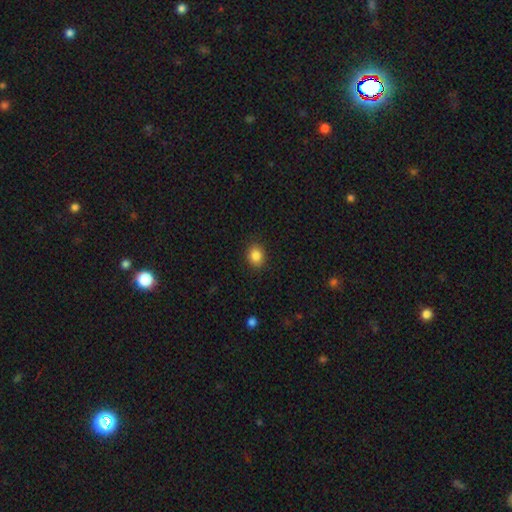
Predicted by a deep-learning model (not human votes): This is clearly a smooth galaxy (86%). How rounded: possibly round (57%). Merging: clearly none (89%).